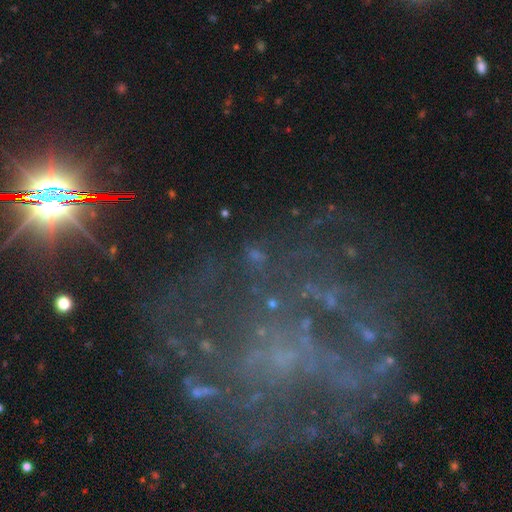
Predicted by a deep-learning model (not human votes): This is possibly a star or artifact rather than a galaxy (45%).